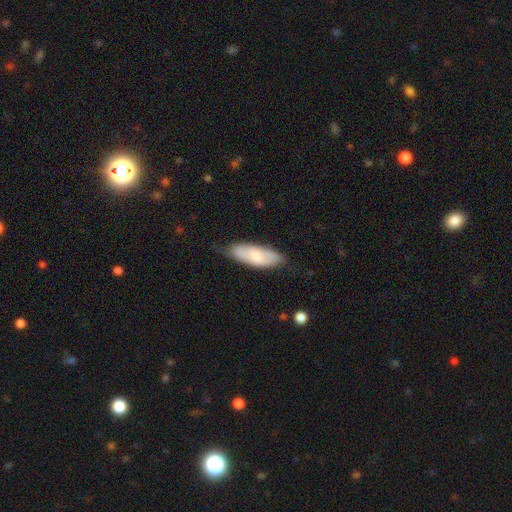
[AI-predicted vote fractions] Smooth or featured: smooth — 73% (featured or disk — 22%)
How rounded: in between — 69% (cigar-shaped — 29%)
Merging: none — 64% (minor disturbance — 28%)